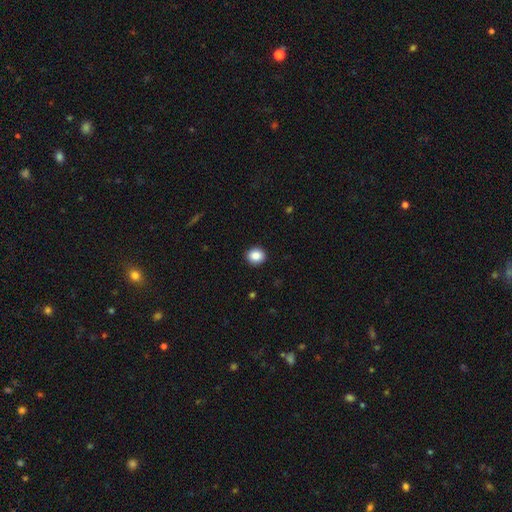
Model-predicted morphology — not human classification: Q: Smooth or featured?
A: smooth (88%); runner-up: star or artifact (9%)
Q: How rounded?
A: round (80%); runner-up: in between (19%)
Q: Merging?
A: none (92%); runner-up: minor disturbance (6%)